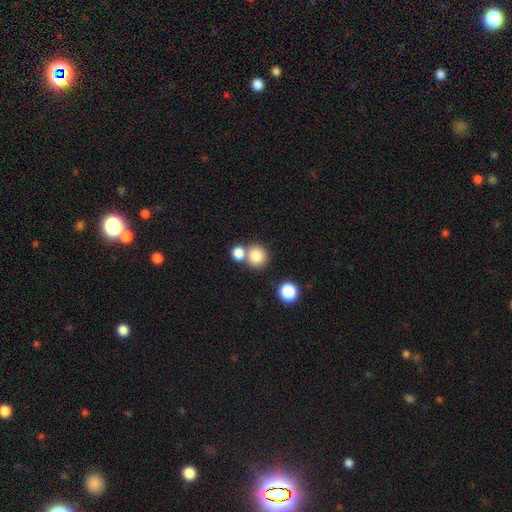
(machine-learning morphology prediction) Overall: smooth (83%). How rounded: round (86%). Merging: none (53%; merger 37%).